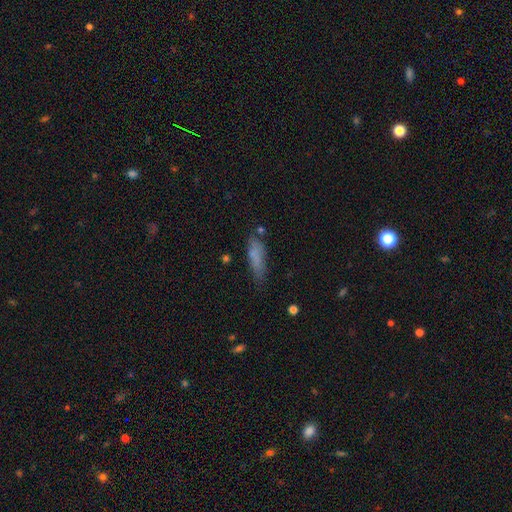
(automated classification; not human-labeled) Smooth or featured? smooth (75%)
How rounded? cigar-shaped (63%)
Merging? none (59%)